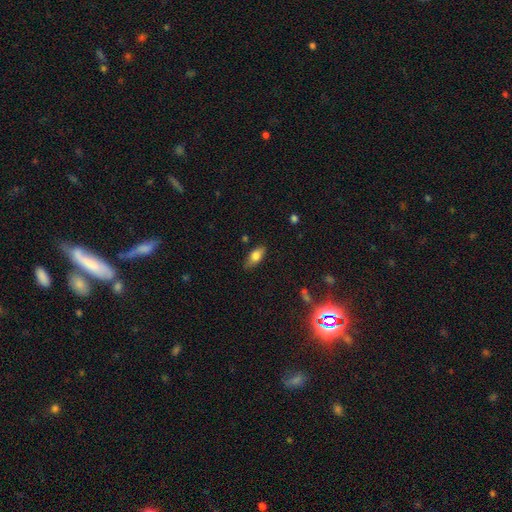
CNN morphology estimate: The model was most divided on "smooth or featured": smooth: 74%, featured or disk: 18%, star or artifact: 8%. More confident: how rounded — in between (83%); merging — none (79%).